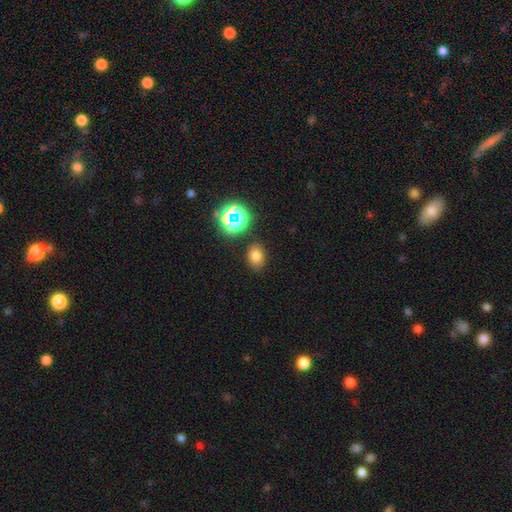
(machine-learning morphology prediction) smooth 73%, star or artifact 19%, featured or disk 7%. Down the decision tree: how rounded — in between (65%); merging — none (84%).